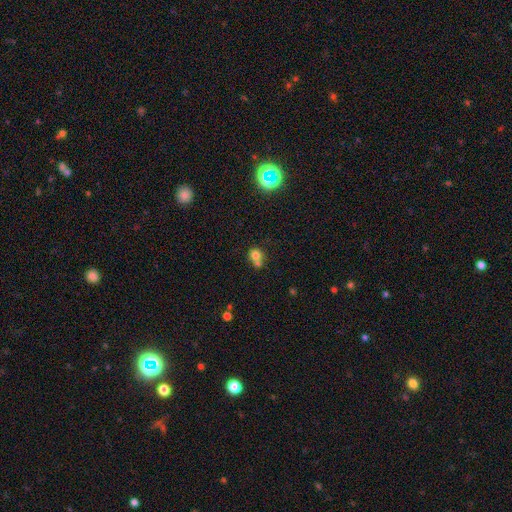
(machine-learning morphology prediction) smooth 73%, star or artifact 15%, featured or disk 12%. Down the decision tree: how rounded — round (80%); merging — merger (48%).